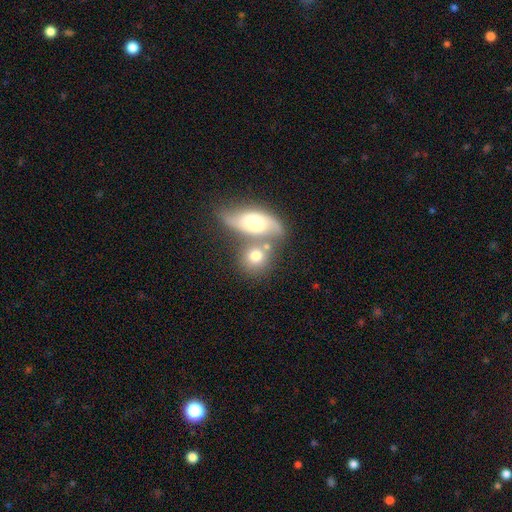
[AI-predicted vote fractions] Morphology: type=smooth (68%); roundness=round (59%); merging=merger (49%).